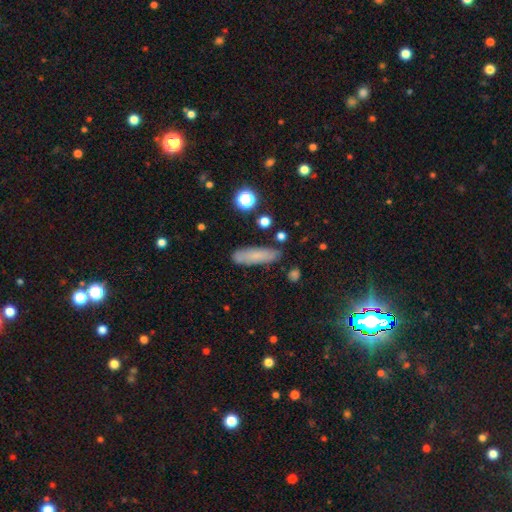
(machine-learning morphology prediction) Q: Smooth or featured?
A: smooth (69%); runner-up: featured or disk (17%)
Q: How rounded?
A: cigar-shaped (62%); runner-up: in between (35%)
Q: Merging?
A: none (80%); runner-up: minor disturbance (14%)